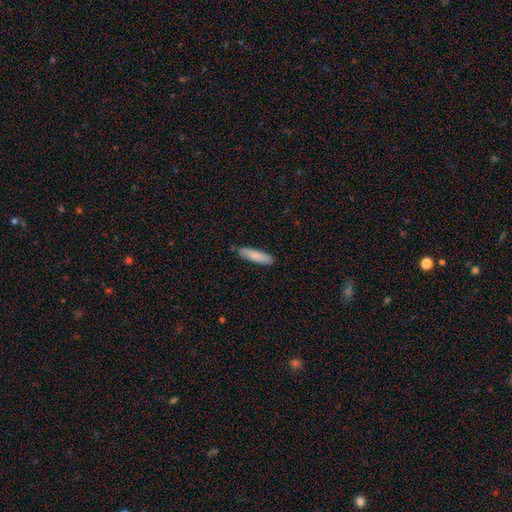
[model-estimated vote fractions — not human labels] This appears to be a smooth galaxy with no disk features (83%) that is cigar-shaped (71%). Merging: none (82%).